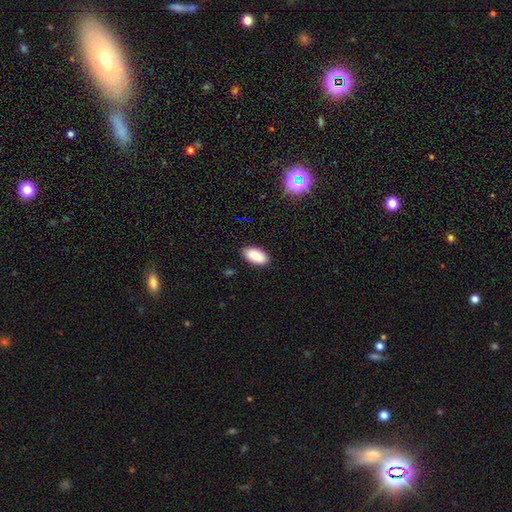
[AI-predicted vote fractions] smooth 87%, star or artifact 7%, featured or disk 6%. Down the decision tree: how rounded — in between (94%); merging — none (89%).